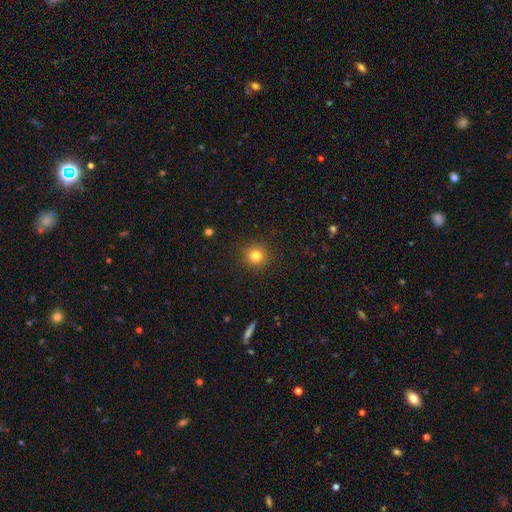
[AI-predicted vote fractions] A smooth galaxy with no disk features (80%) that is round (93%).

Vote fractions:
- Smooth or featured? smooth: 80% / star or artifact: 13% / featured or disk: 6%
- How rounded? round: 93% / in between: 6% / cigar-shaped: 1%
- Merging? none: 91% / minor disturbance: 6% / major disturbance: 2% / merger: 1%